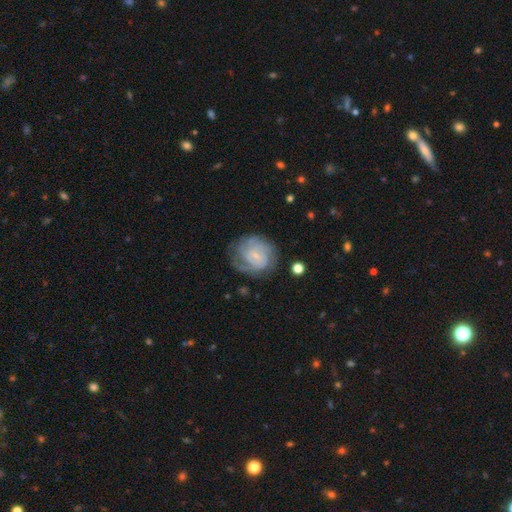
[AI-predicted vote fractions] A featured or disk galaxy (76%) with no bar (53%), tight (60%) spiral arms (91%) and a small central bulge (76%).

Vote fractions:
- Smooth or featured? featured or disk: 76% / smooth: 17% / star or artifact: 7%
- Edge-on disk? no: 98% / yes: 2%
- Bar? no: 53% / weak: 40% / strong: 7%
- Spiral arms? yes: 91% / no: 9%
- Spiral winding? tight: 60% / medium: 31% / loose: 9%
- Spiral arm count? can't tell: 39% / 2: 25% / 3: 18% / 4: 9% / 1: 6% / more than 4: 5%
- Bulge size? small: 76% / moderate: 13% / none: 9% / large: 1% / dominant: 1%
- Merging? none: 64% / minor disturbance: 21% / major disturbance: 13% / merger: 2%